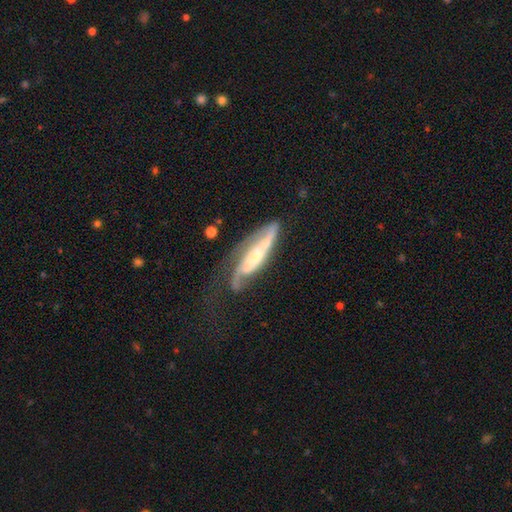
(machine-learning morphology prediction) featured or disk 74%, smooth 20%, star or artifact 6%. Down the decision tree: edge-on disk — no (68%); bar — no (39%); spiral arms — yes (85%); bulge size — moderate (41%); merging — none (38%).